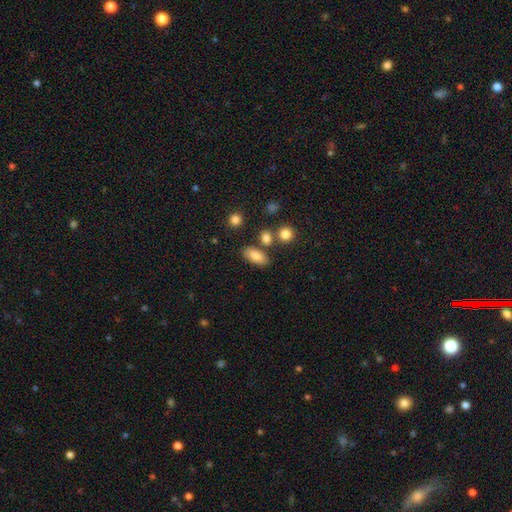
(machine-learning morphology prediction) Smooth or featured? Predicted: smooth (p=0.83). How rounded? Predicted: in between (p=0.85). Merging? Predicted: none (p=0.76).